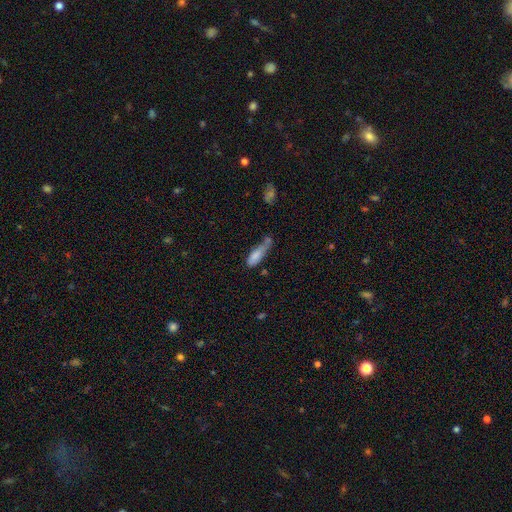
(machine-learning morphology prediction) smooth_or_featured: smooth (p=0.78) [alt: featured or disk p=0.14]
how_rounded: in between (p=0.56) [alt: cigar-shaped p=0.42]
merging: none (p=0.29) [alt: minor disturbance p=0.28]